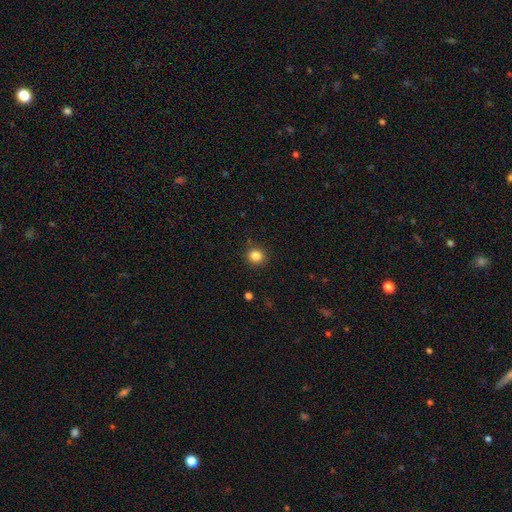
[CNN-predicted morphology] Smooth or featured? Predicted: smooth (p=0.84). How rounded? Predicted: round (p=0.86). Merging? Predicted: none (p=0.89).